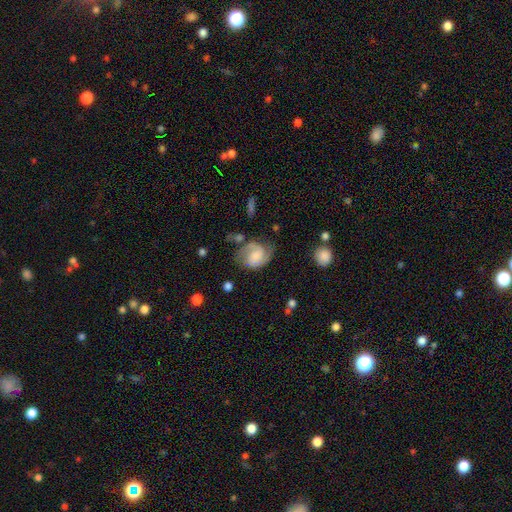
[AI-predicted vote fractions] A featured or disk galaxy (71%) with no bar (50%), 2 (86%) medium (51%) spiral arms (93%) and no central bulge (28%, tied with moderate). Merging: none (60%).